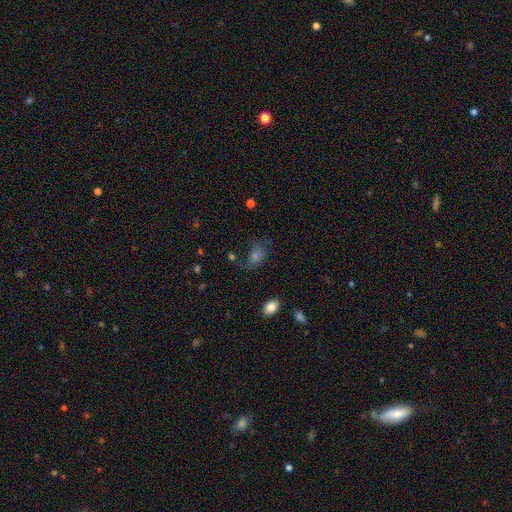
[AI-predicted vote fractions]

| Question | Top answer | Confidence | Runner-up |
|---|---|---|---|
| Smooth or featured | smooth | 44% | featured or disk (32%) |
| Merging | none | 55% | minor disturbance (21%) |